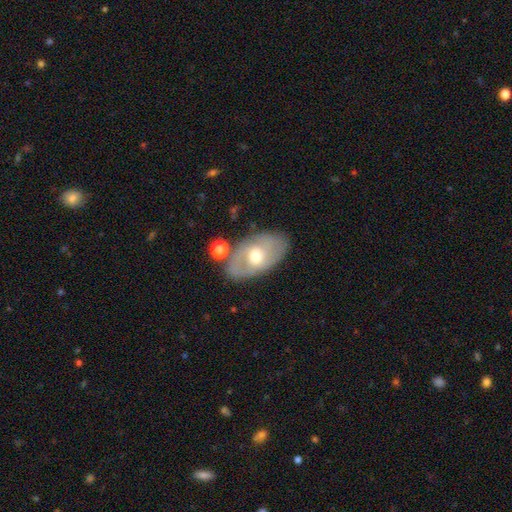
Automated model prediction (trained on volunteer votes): Overall: featured or disk (56%; smooth 37%). Edge-on disk: no (91%). Bar: no (61%; weak 31%). Spiral arms: yes (57%; no 43%). Bulge size: moderate (69%). Merging: none (73%).